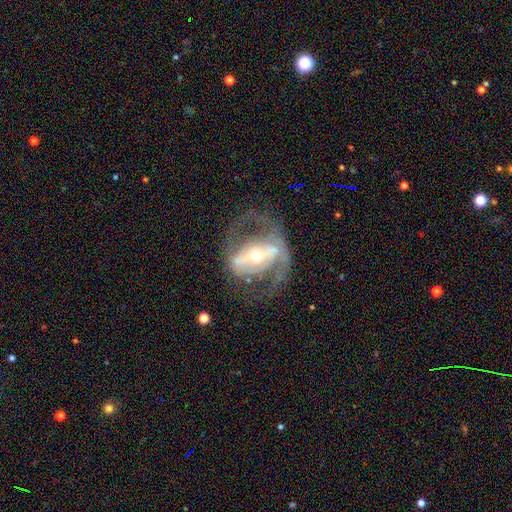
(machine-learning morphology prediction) Smooth or featured? Predicted: featured or disk (p=0.84). Edge-on disk? Predicted: no (p=0.94). Bar? Predicted: strong (p=0.57). Spiral arms? Predicted: yes (p=0.74). Spiral winding? Predicted: medium (p=0.50). Spiral arm count? Predicted: 2 (p=0.83). Bulge size? Predicted: moderate (p=0.48). Merging? Predicted: none (p=0.58).